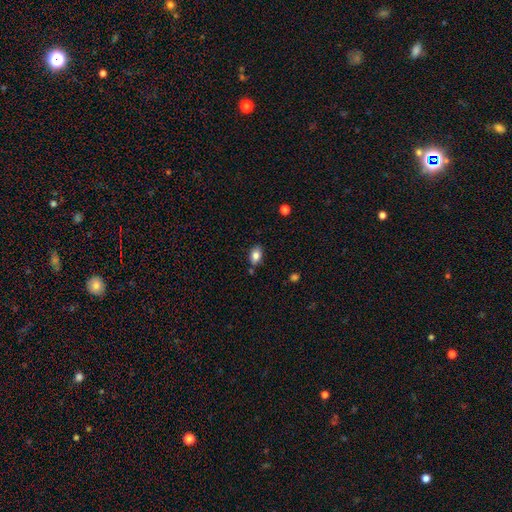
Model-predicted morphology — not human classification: Smooth or featured: smooth — 82% (featured or disk — 10%)
How rounded: in between — 84% (round — 14%)
Merging: none — 76% (minor disturbance — 15%)